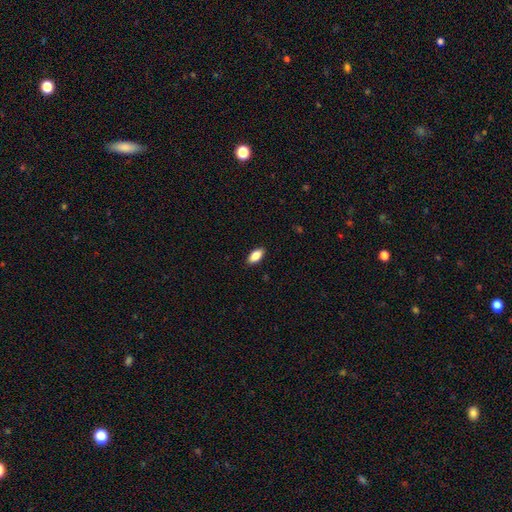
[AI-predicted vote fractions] smooth-or-featured: smooth: 85% | featured or disk: 8% | star or artifact: 7%
  how-rounded: in between: 90% | cigar-shaped: 7% | round: 3%
  merging: none: 89% | minor disturbance: 9% | major disturbance: 2% | merger: 1%